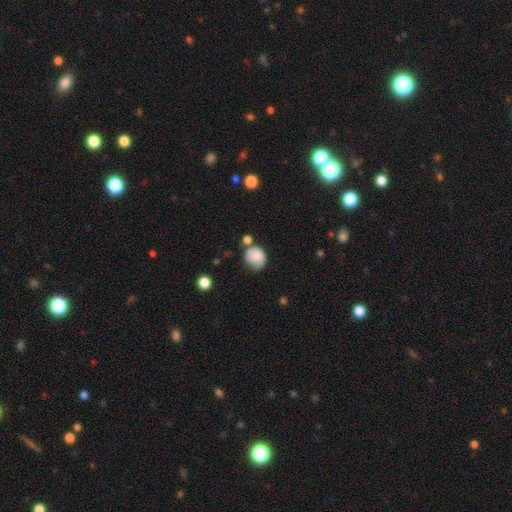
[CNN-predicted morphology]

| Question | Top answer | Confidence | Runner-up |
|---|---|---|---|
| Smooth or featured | smooth | 80% | featured or disk (12%) |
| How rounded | round | 68% | in between (31%) |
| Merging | none | 43% | minor disturbance (32%) |